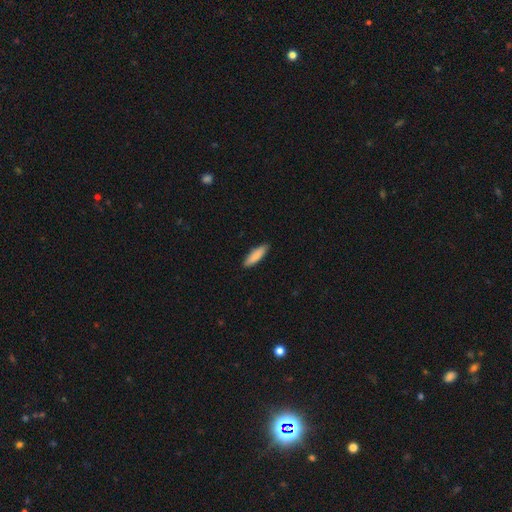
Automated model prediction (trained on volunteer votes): Smooth or featured? smooth (87%)
How rounded? cigar-shaped (64%)
Merging? none (89%)